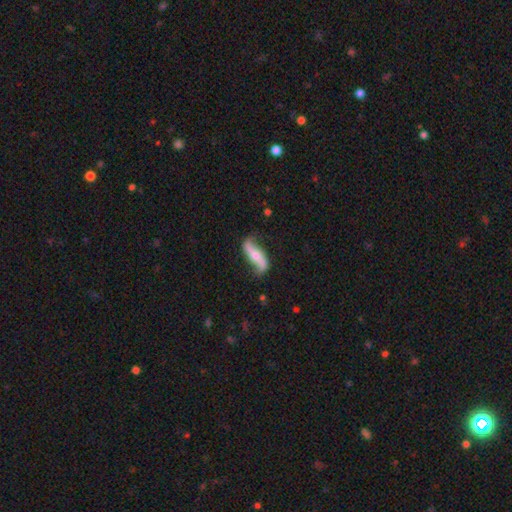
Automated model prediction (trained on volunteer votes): smooth_or_featured: featured or disk (p=0.73) [alt: smooth p=0.22]
disk_edge_on: no (p=0.78) [alt: yes p=0.22]
bar: no (p=0.40) [alt: strong p=0.37]
has_spiral_arms: yes (p=0.88) [alt: no p=0.12]
bulge_size: small (p=0.46) [alt: moderate p=0.45]
merging: none (p=0.70) [alt: minor disturbance p=0.20]